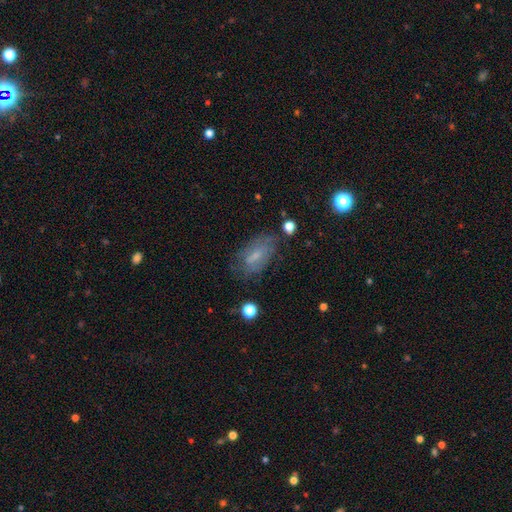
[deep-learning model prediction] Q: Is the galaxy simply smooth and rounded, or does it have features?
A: smooth — 52%.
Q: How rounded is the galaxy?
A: in between — 84%.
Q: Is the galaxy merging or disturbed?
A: none — 64%.